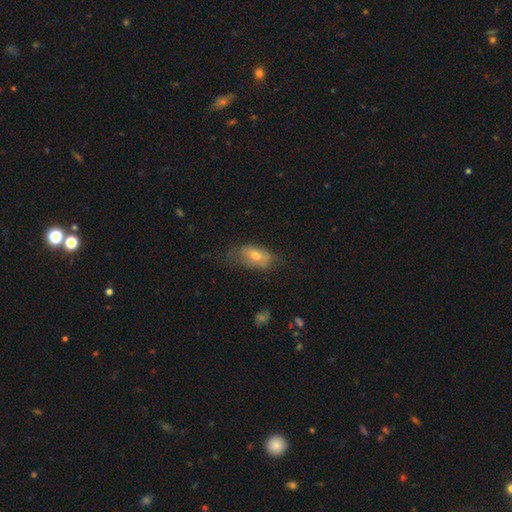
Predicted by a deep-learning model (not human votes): Smooth or featured? Predicted: smooth (p=0.62). How rounded? Predicted: in between (p=0.88). Merging? Predicted: none (p=0.53).